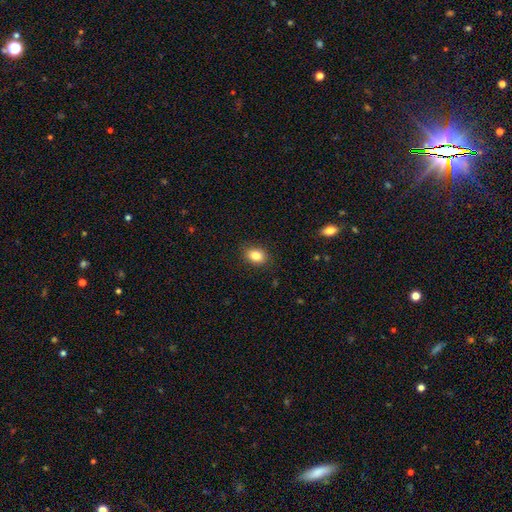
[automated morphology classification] smooth 84%, star or artifact 9%, featured or disk 7%. Down the decision tree: how rounded — in between (69%); merging — none (88%).